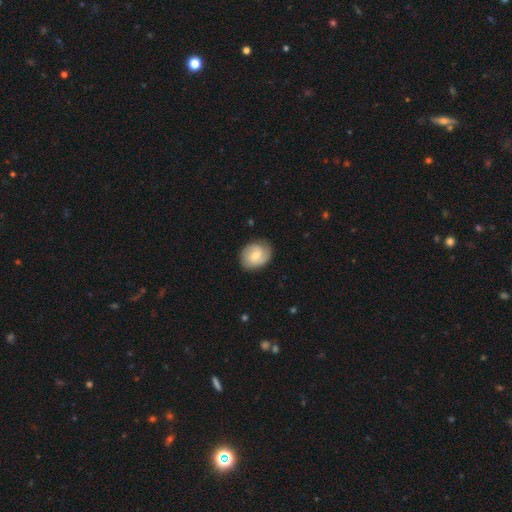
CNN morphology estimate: Overall: smooth (51%; featured or disk 42%). How rounded: round (57%; in between 42%). Merging: none (83%).